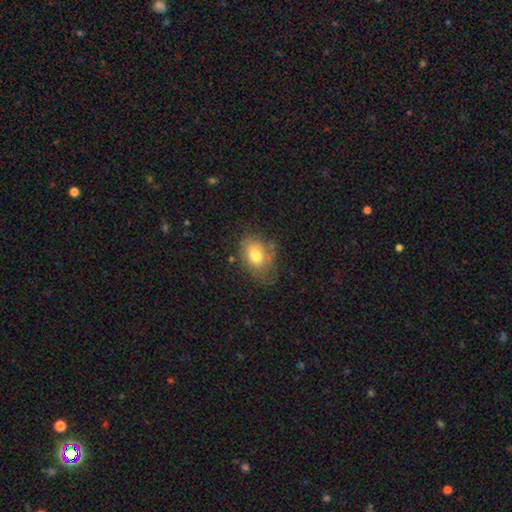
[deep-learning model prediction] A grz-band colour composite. It shows a smooth galaxy with no disk features (71%) that is in between round and cigar-shaped (72%). Merging: none (59%).